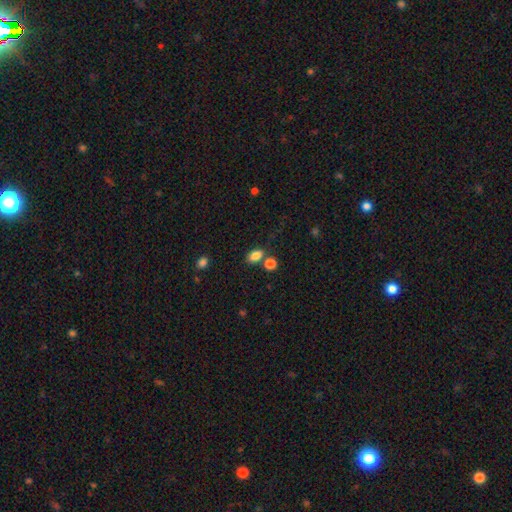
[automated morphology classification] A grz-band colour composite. It shows a smooth galaxy with no disk features (84%) that is in between round and cigar-shaped (84%). Merging: none (68%).